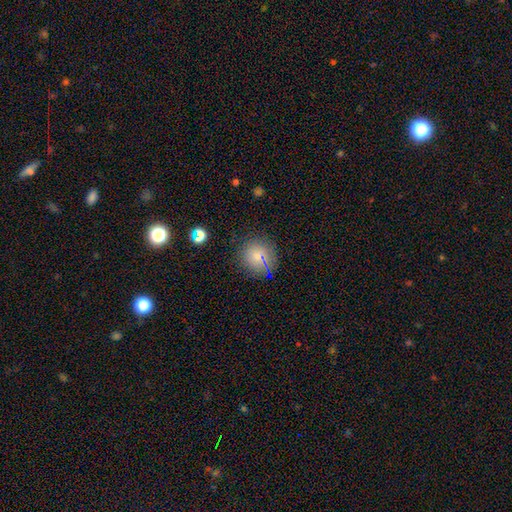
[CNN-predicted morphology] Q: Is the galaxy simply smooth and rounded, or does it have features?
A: smooth — 75%.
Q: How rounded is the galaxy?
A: round — 91%.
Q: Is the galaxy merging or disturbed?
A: none — 83%.